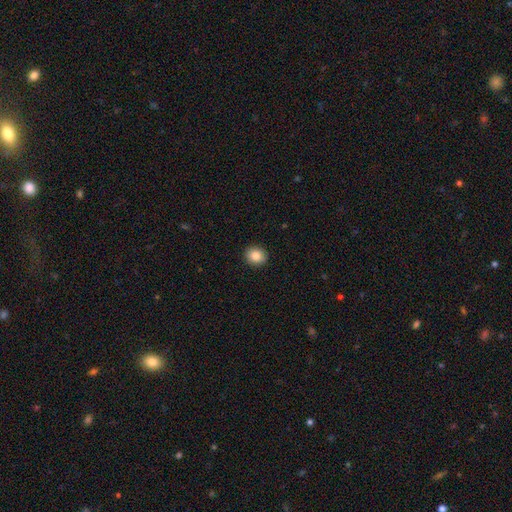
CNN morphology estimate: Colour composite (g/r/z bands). It shows a smooth galaxy with no disk features (85%) that is round (69%). Merging: none (92%).